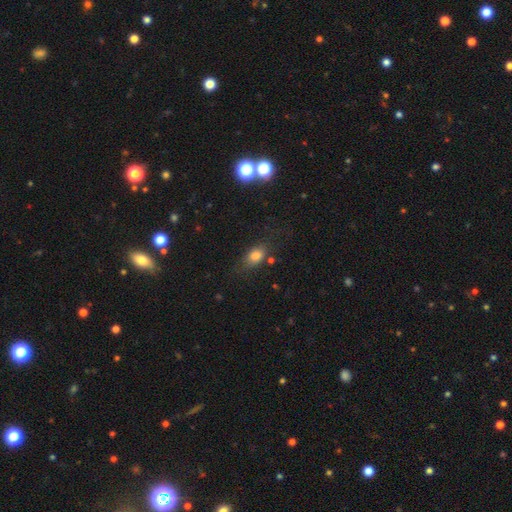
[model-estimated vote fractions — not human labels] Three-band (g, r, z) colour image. It shows a smooth galaxy with no disk features (78%) that is in between round and cigar-shaped (76%). Merging: none (69%).